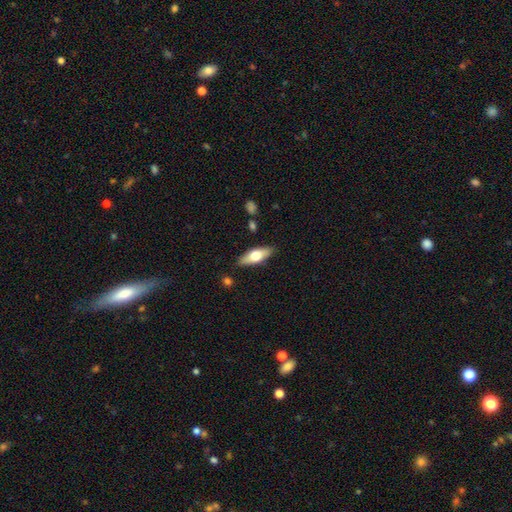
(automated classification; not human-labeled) This is possibly a smooth galaxy (54%). How rounded: likely in between (64%). Merging: clearly none (86%).